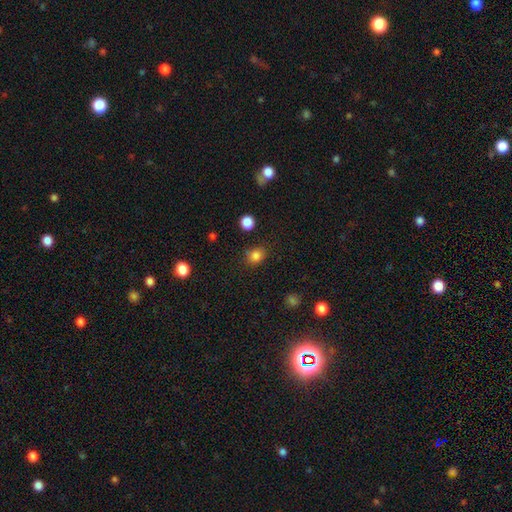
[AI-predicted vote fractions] A smooth galaxy with no disk features (82%) that is round (68%). Merging: none (77%).